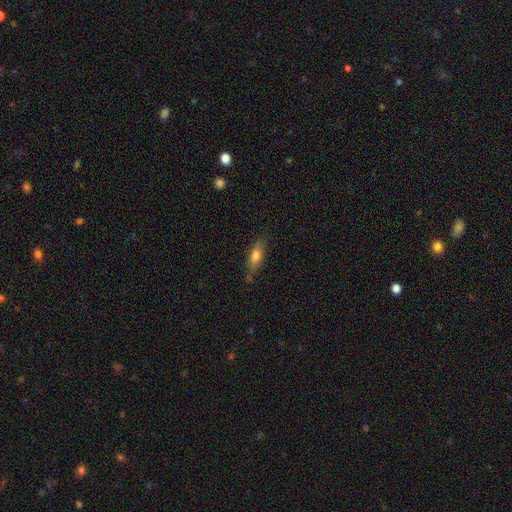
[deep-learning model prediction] Smooth or featured? Predicted: smooth (p=0.66). How rounded? Predicted: in between (p=0.53). Merging? Predicted: none (p=0.75).